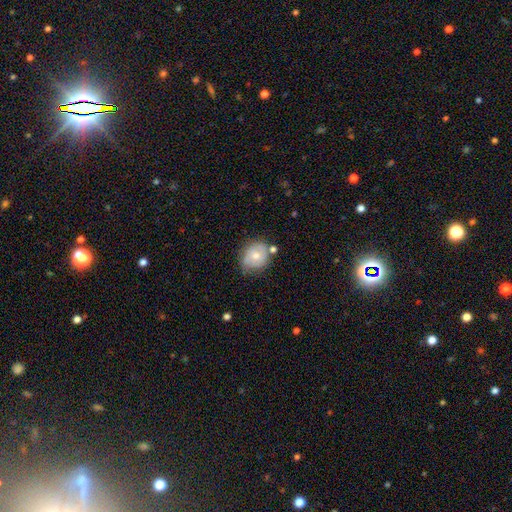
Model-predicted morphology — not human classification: This is possibly a smooth galaxy (60%). How rounded: likely round (66%). Merging: possibly none (58%).